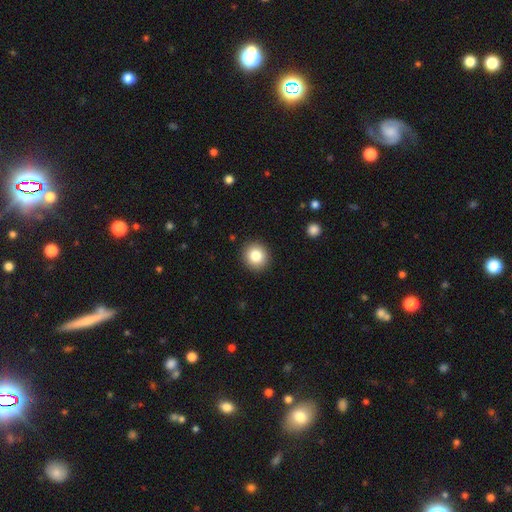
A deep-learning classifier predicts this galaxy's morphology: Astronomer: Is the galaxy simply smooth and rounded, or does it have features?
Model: smooth — 83%.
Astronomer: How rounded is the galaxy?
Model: round — 91%.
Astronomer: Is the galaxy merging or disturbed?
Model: none — 92%.